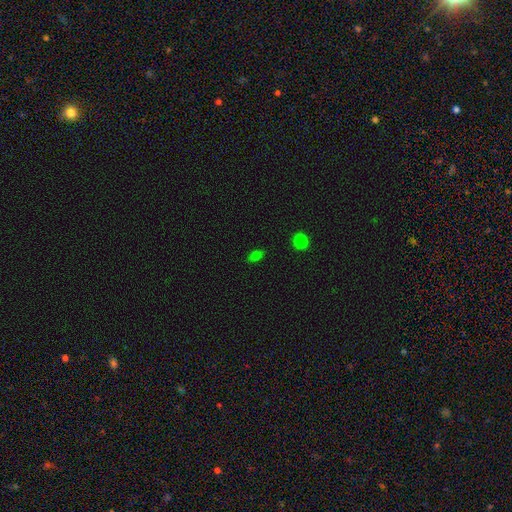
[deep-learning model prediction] The model was most divided on "smooth or featured": smooth: 72%, star or artifact: 21%, featured or disk: 8%. More confident: merging — none (83%); how rounded — in between (79%).